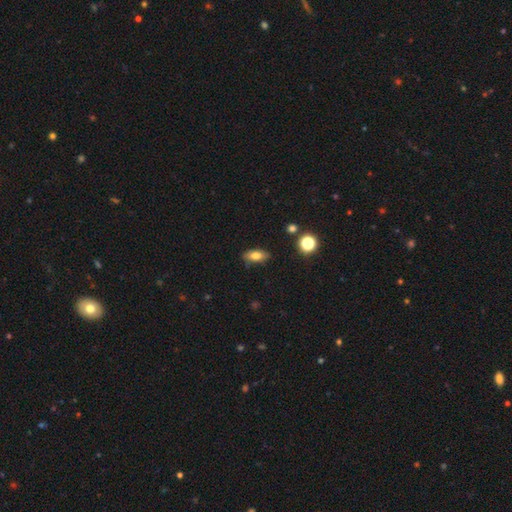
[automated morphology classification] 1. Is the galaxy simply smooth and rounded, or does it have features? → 76% smooth, 14% featured or disk, 10% star or artifact.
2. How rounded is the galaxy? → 83% in between, 11% cigar-shaped, 6% round.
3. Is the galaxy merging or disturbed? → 79% none, 16% minor disturbance, 3% major disturbance, 2% merger.